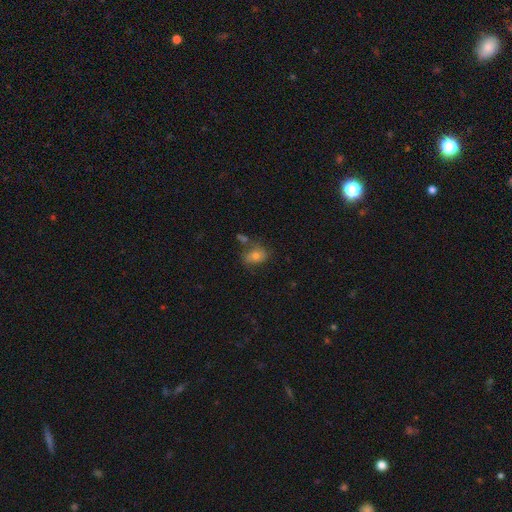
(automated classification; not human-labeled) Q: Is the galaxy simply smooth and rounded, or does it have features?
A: smooth — 70%.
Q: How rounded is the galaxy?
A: in between — 66%.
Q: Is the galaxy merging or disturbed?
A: none — 56%.